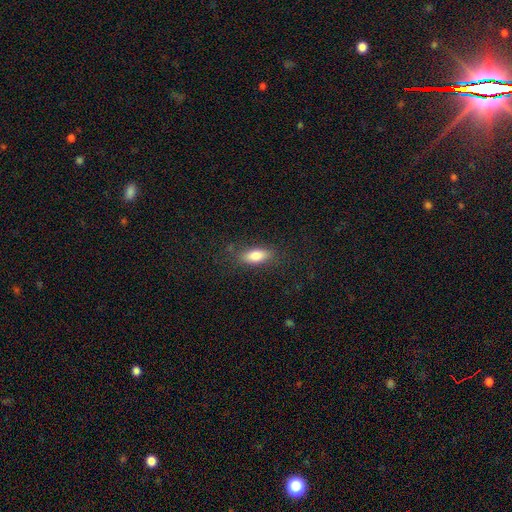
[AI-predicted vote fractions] A smooth galaxy with no disk features (81%) that is in between round and cigar-shaped (80%). Merging: none (80%).